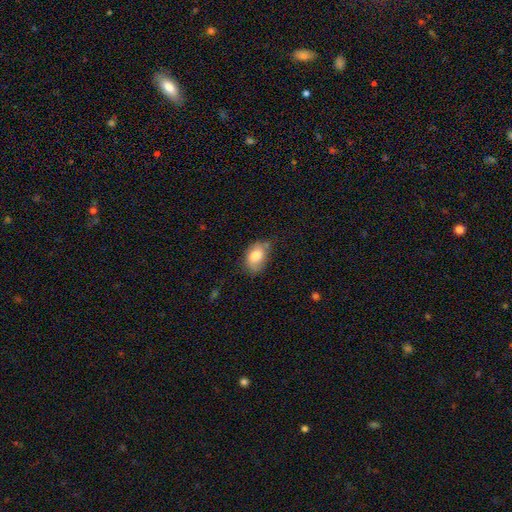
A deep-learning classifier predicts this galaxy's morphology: This appears to be a smooth galaxy with no disk features (80%) that is in between round and cigar-shaped (87%). Merging: none (52%).